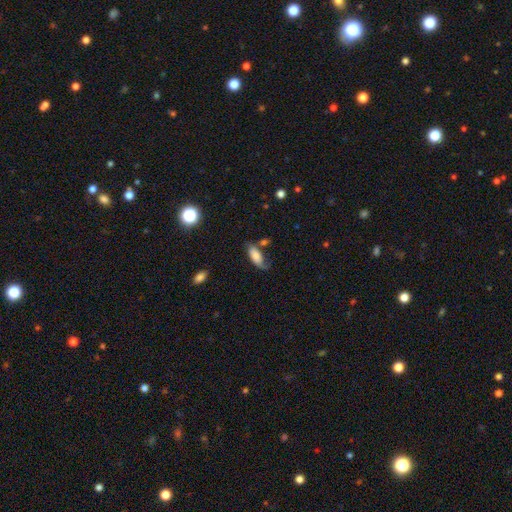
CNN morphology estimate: smooth 73%, featured or disk 19%, star or artifact 8%. Down the decision tree: how rounded — in between (85%); merging — none (46%).